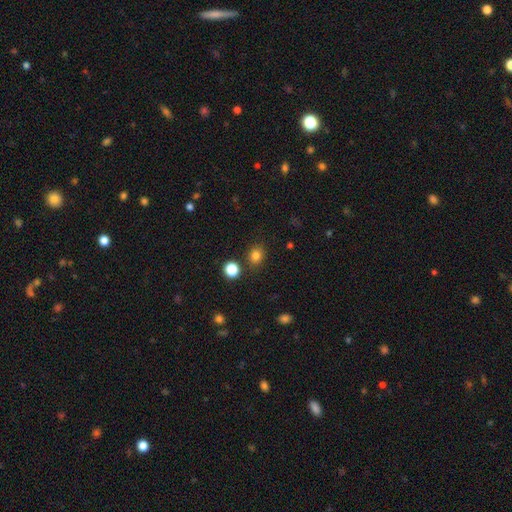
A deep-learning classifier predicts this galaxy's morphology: smooth 81%, star or artifact 14%, featured or disk 5%. Down the decision tree: how rounded — round (67%); merging — none (83%).